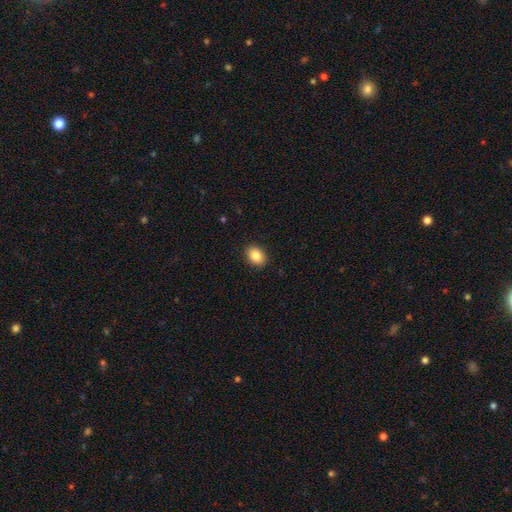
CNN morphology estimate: This is clearly a smooth galaxy (86%). How rounded: likely in between (74%). Merging: clearly none (90%).